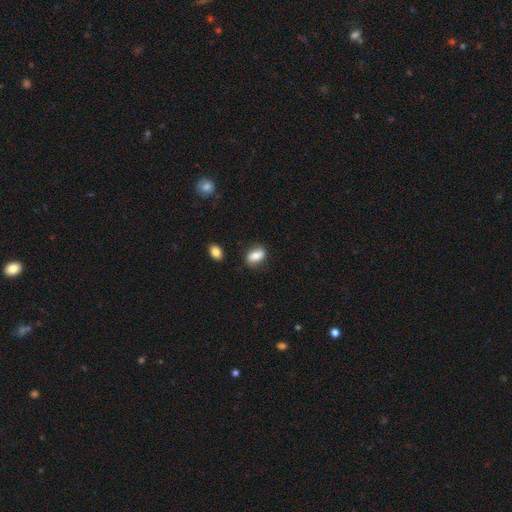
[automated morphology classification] smooth_or_featured: smooth (p=0.73) [alt: featured or disk p=0.20]
how_rounded: in between (p=0.84) [alt: round p=0.10]
merging: none (p=0.76) [alt: minor disturbance p=0.17]